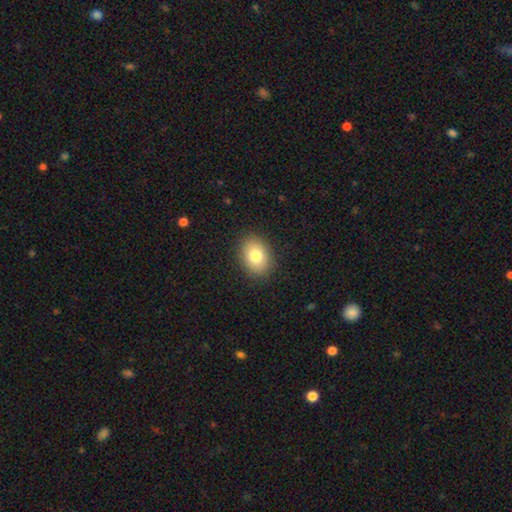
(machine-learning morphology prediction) Q: Smooth or featured?
A: smooth (79%); runner-up: featured or disk (12%)
Q: How rounded?
A: in between (67%); runner-up: round (32%)
Q: Merging?
A: none (88%); runner-up: minor disturbance (8%)